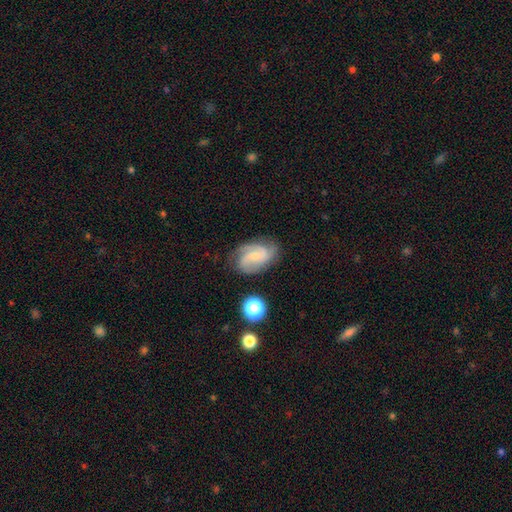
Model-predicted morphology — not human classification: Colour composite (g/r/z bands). It shows a featured or disk galaxy (77%) with no bar (51%), 2 (41%) medium (48%) spiral arms (95%) and a small central bulge (66%). Merging: none (68%).